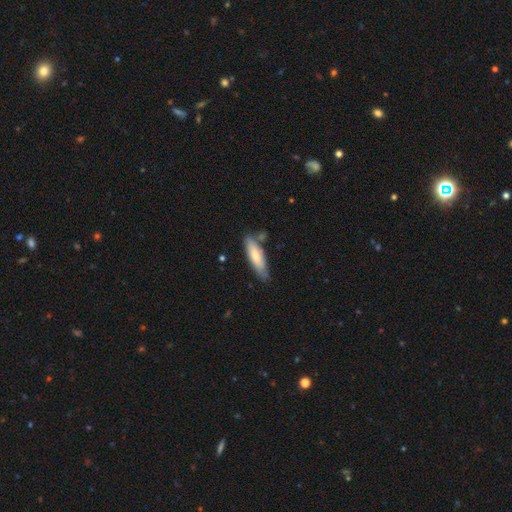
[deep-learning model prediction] A smooth galaxy with no disk features (69%) that is cigar-shaped (64%). Merging: none (74%).